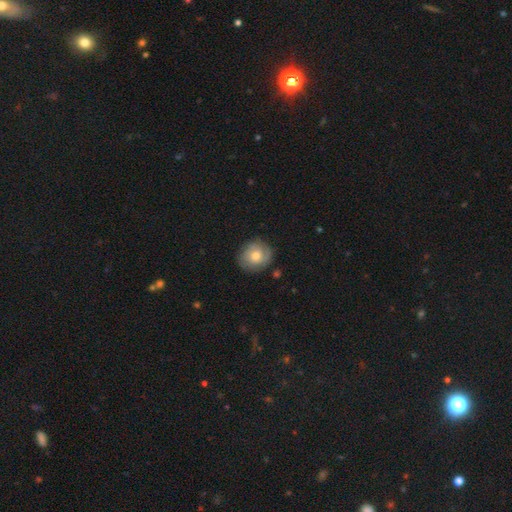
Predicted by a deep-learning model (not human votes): smooth-or-featured: smooth: 56% | featured or disk: 37% | star or artifact: 8%
  how-rounded: round: 82% | in between: 17% | cigar-shaped: 1%
  merging: none: 81% | minor disturbance: 15% | major disturbance: 4% | merger: 1%